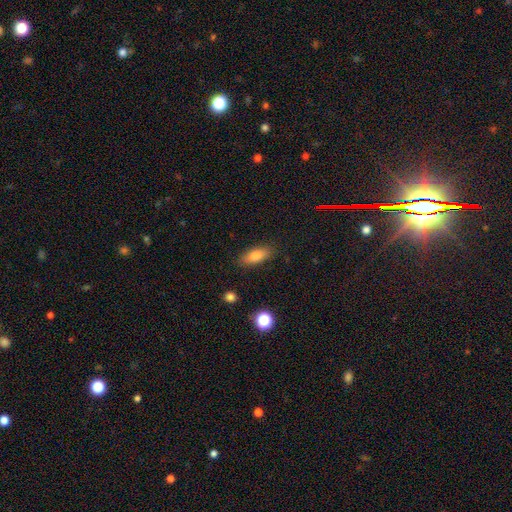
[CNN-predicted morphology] smooth 79%, featured or disk 12%, star or artifact 8%. Down the decision tree: how rounded — in between (72%); merging — none (86%).